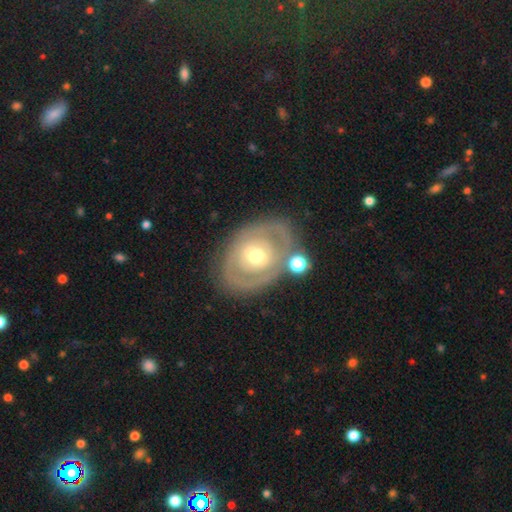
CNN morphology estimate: The model was most divided on "spiral arms": yes: 54%, no: 46%. More confident: edge-on disk — no (95%); bar — no (76%); smooth or featured — featured or disk (74%); merging — none (73%); bulge size — moderate (63%).